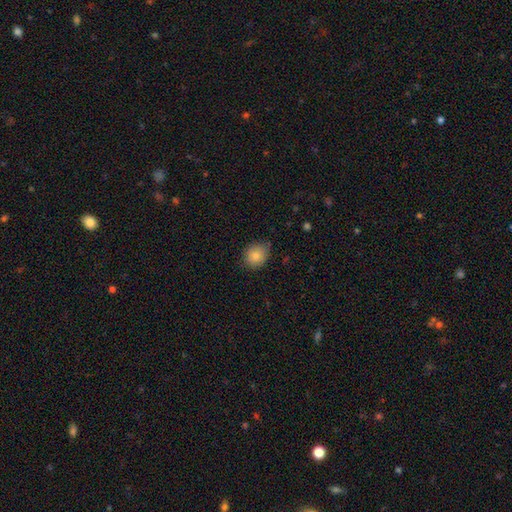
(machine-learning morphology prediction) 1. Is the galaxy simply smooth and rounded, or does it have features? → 81% smooth, 10% star or artifact, 9% featured or disk.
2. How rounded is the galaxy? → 74% round, 26% in between, 1% cigar-shaped.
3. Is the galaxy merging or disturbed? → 81% none, 15% minor disturbance, 3% major disturbance, 1% merger.